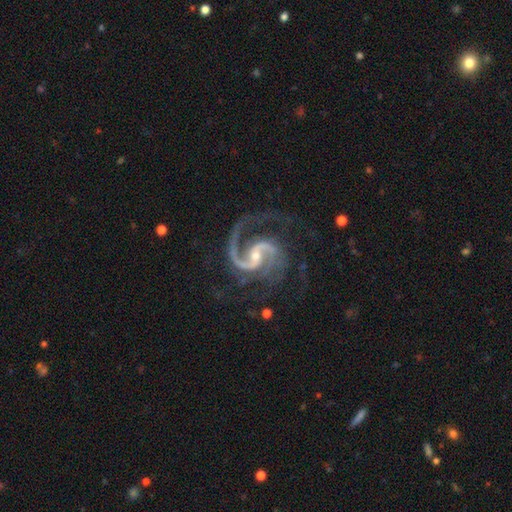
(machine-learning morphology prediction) A featured or disk galaxy (94%) with a weak bar (42%), 2 (85%) medium (66%) spiral arms (99%) and a small central bulge (61%). Merging: none (68%).